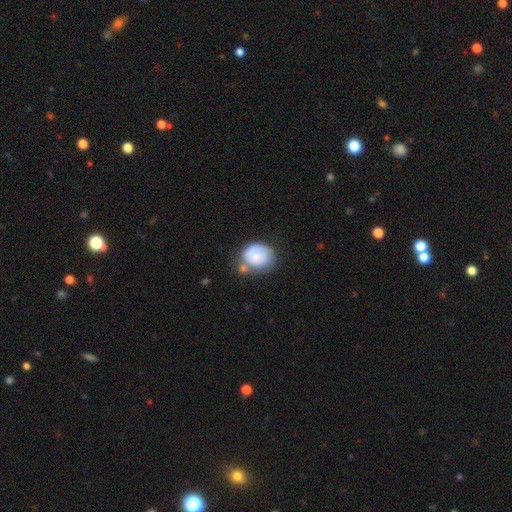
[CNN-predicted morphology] A smooth galaxy with no disk features (71%) that is round (64%). Merging: none (43%).